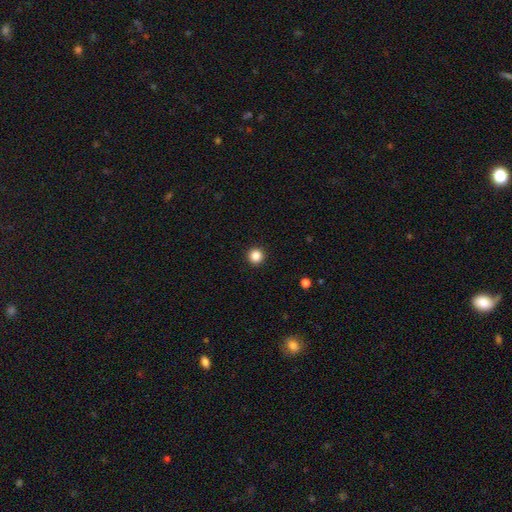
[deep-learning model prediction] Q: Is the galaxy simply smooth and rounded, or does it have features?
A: smooth — 86%.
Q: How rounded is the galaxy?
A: round — 96%.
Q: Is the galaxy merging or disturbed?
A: none — 94%.